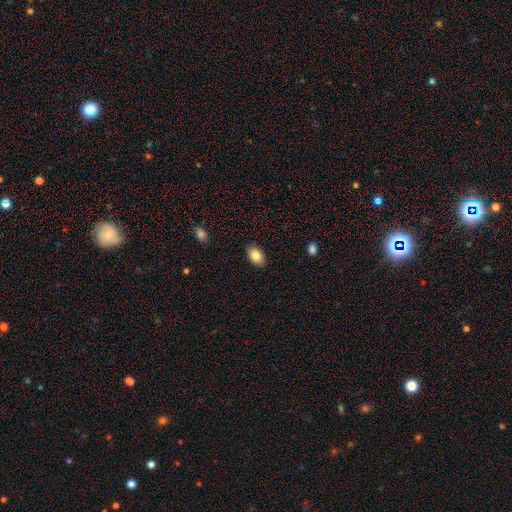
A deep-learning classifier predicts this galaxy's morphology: A smooth galaxy with no disk features (83%) that is in between round and cigar-shaped (89%). Merging: none (88%).